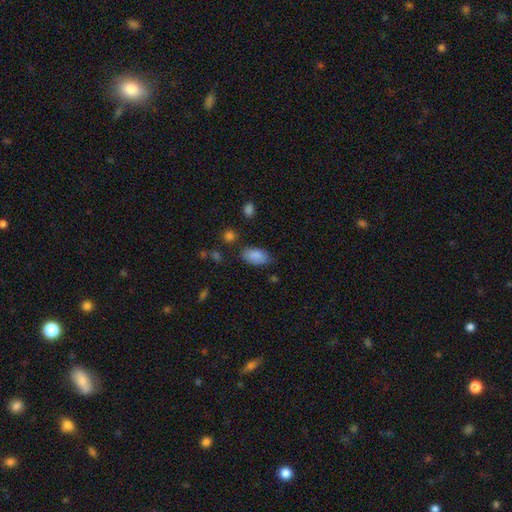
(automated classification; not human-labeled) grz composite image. It shows a smooth galaxy with no disk features (86%) that is in between round and cigar-shaped (94%). Merging: none (73%).